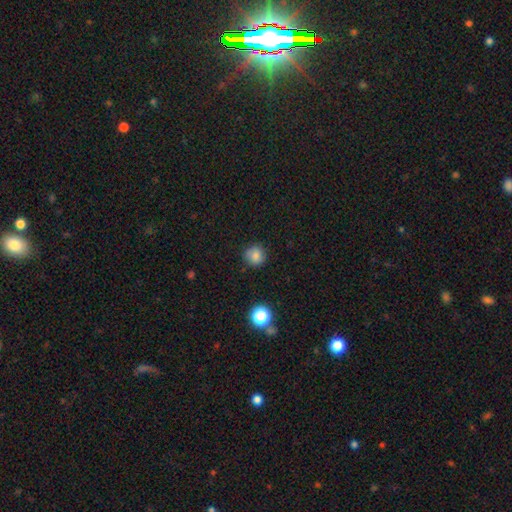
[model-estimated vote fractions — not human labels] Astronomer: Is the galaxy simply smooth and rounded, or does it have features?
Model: smooth — 82%.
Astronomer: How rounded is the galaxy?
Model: round — 92%.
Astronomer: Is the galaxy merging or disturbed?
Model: none — 85%.